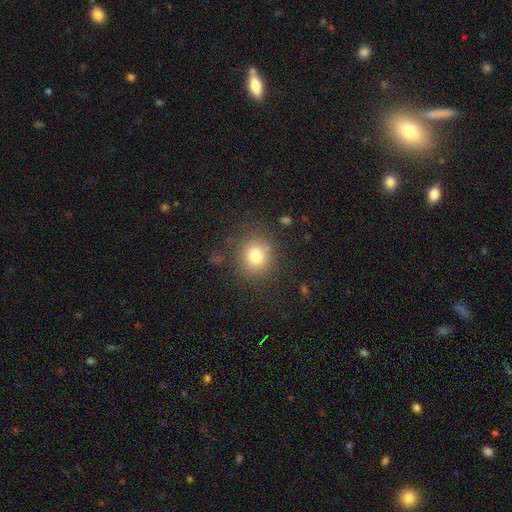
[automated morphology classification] type=smooth (78%); roundness=round (84%); merging=none (82%).